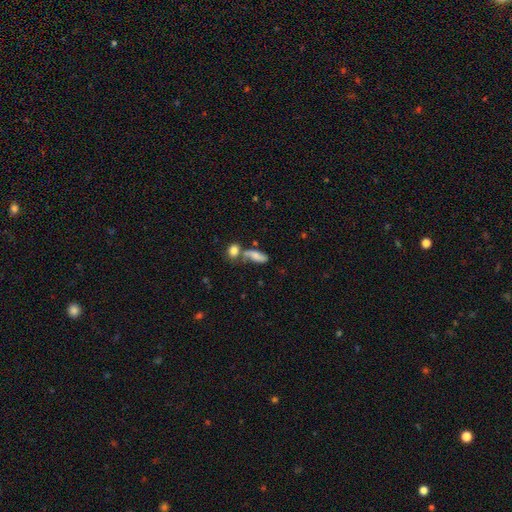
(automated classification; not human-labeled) This is likely a smooth galaxy (66%). How rounded: likely in between (69%). Merging: marginally none (40%).